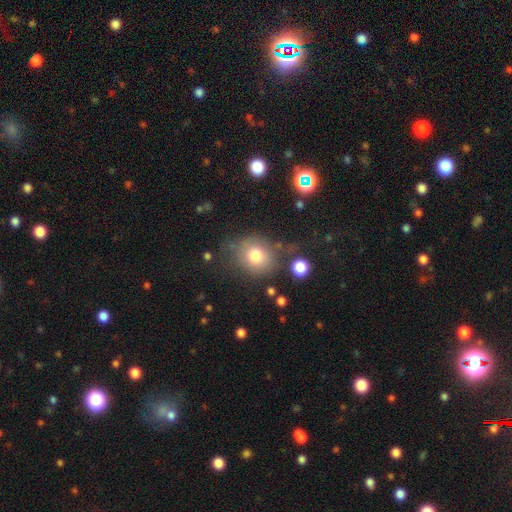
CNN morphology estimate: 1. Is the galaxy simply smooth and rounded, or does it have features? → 77% smooth, 12% featured or disk, 11% star or artifact.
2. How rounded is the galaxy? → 78% round, 21% in between, 1% cigar-shaped.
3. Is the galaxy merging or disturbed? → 68% none, 17% minor disturbance, 9% major disturbance, 6% merger.